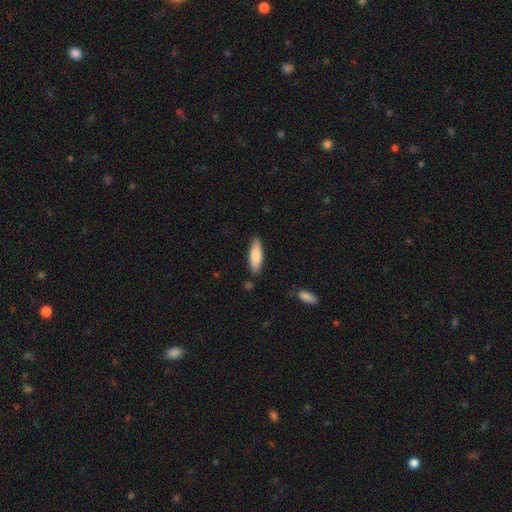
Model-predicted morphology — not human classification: Smooth or featured?
  - smooth: 80% *
  - featured or disk: 14%
  - star or artifact: 5%
How rounded?
  - cigar-shaped: 51% *
  - in between: 48%
  - round: 2%
Merging?
  - none: 80% *
  - minor disturbance: 15%
  - major disturbance: 3%
  - merger: 2%